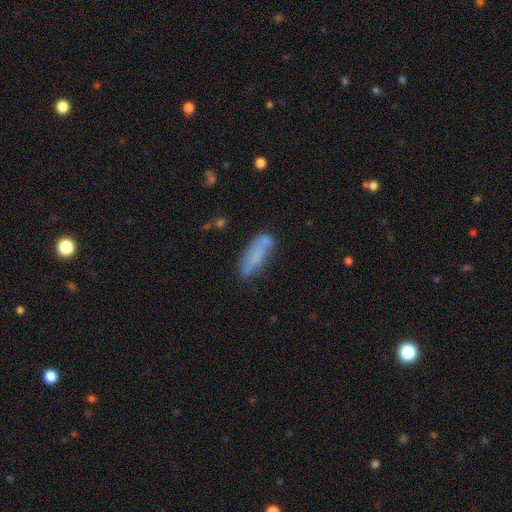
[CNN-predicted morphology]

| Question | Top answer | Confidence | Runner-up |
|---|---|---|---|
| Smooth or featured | smooth | 68% | featured or disk (23%) |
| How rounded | in between | 50% | cigar-shaped (47%) |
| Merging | none | 52% | minor disturbance (24%) |